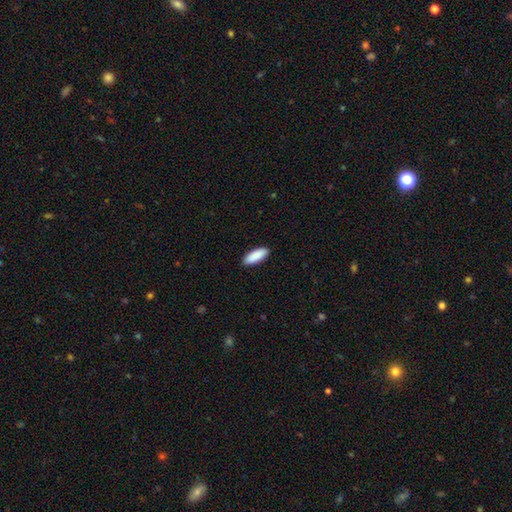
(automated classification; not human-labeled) smooth-or-featured: smooth: 91% | star or artifact: 5% | featured or disk: 4%
  how-rounded: in between: 70% | cigar-shaped: 28% | round: 2%
  merging: none: 90% | minor disturbance: 7% | major disturbance: 1% | merger: 1%